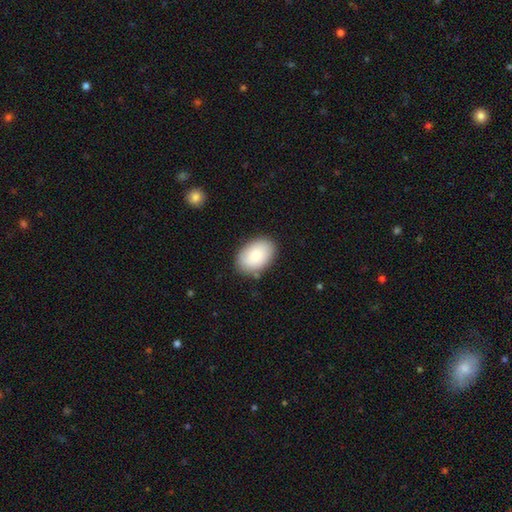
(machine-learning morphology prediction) Q: Smooth or featured?
A: smooth (84%); runner-up: featured or disk (10%)
Q: How rounded?
A: in between (90%); runner-up: round (9%)
Q: Merging?
A: none (84%); runner-up: minor disturbance (12%)